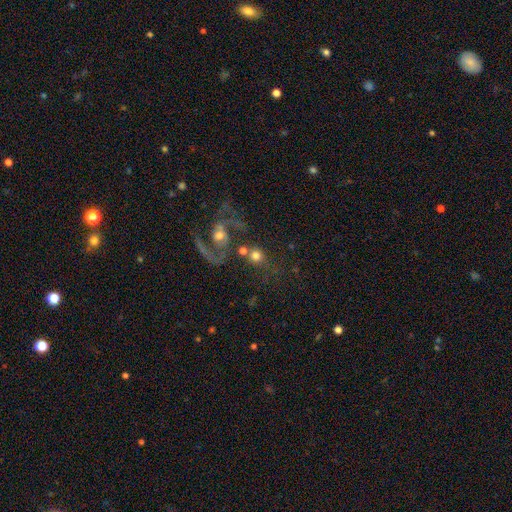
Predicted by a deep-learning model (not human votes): A smooth galaxy with no disk features (62%) that is round (83%). Merging: none (48%).